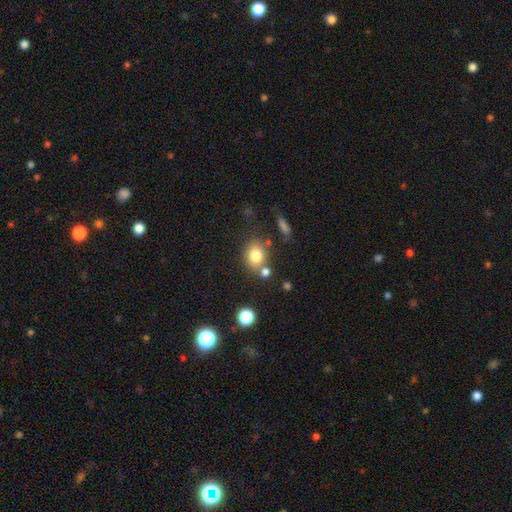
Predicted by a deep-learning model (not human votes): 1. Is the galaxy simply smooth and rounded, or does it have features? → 80% smooth, 11% star or artifact, 9% featured or disk.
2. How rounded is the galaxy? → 55% round, 43% in between, 1% cigar-shaped.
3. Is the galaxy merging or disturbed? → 64% none, 17% merger, 14% minor disturbance, 5% major disturbance.